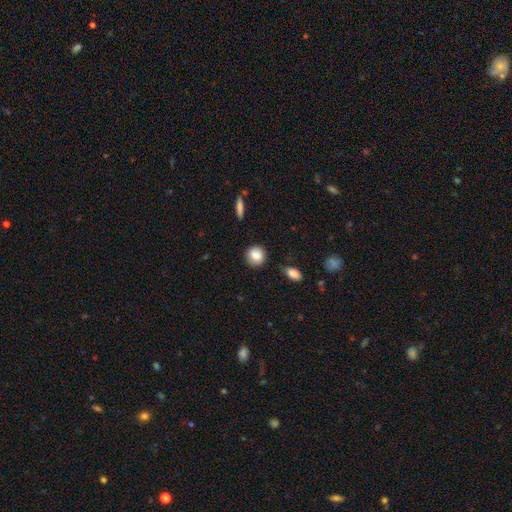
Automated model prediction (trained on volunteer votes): smooth-or-featured: smooth: 85% | star or artifact: 8% | featured or disk: 7%
  how-rounded: round: 83% | in between: 16% | cigar-shaped: 1%
  merging: none: 83% | minor disturbance: 12% | major disturbance: 3% | merger: 2%